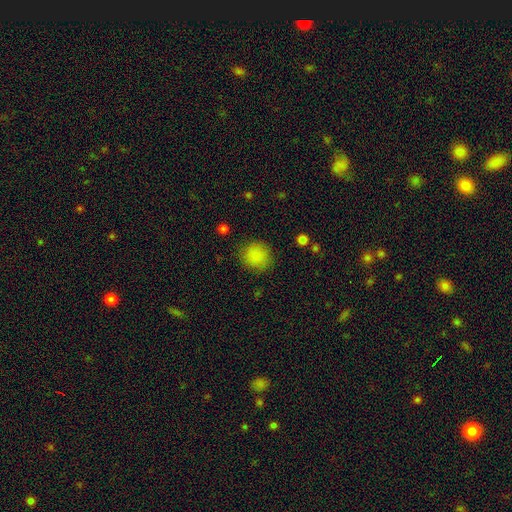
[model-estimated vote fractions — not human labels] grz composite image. It shows a smooth galaxy with no disk features (85%) that is round (89%). Merging: none (86%).